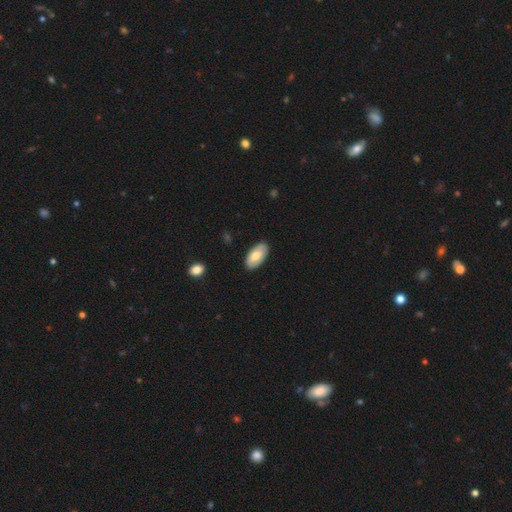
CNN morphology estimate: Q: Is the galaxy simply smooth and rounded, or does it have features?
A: smooth — 70%.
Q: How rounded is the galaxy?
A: in between — 95%.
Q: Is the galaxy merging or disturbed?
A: none — 86%.